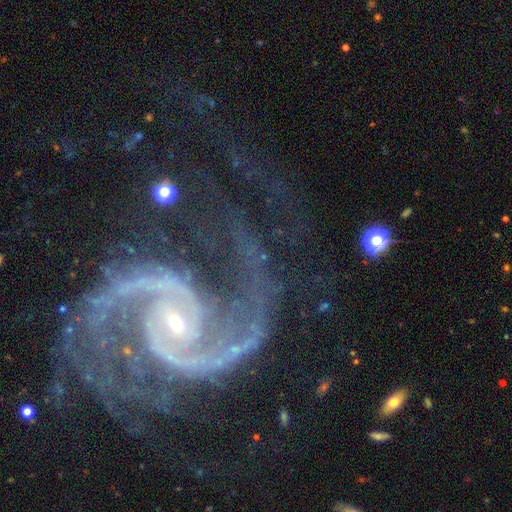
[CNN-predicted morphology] A featured or disk galaxy (92%) with no bar (43%), 2 (86%) medium (57%) spiral arms (99%) and a small central bulge (78%). Merging: none (61%).